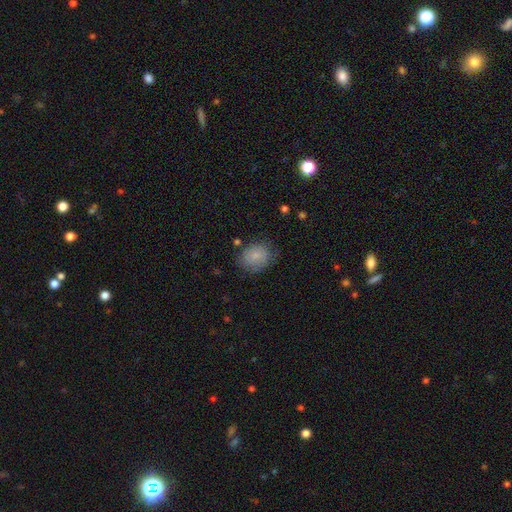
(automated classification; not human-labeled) Overall: smooth (82%). How rounded: round (50%; in between 49%). Merging: none (69%).